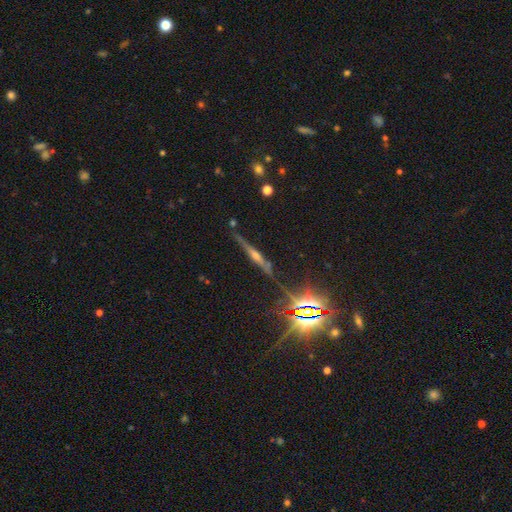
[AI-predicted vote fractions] This appears to be a featured or disk galaxy (64%) viewed edge-on (96%) with a rounded central bulge (84%). Merging: none (83%).